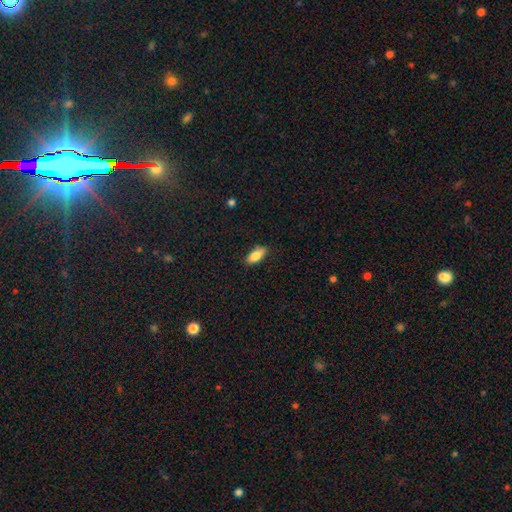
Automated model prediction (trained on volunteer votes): Smooth or featured? Predicted: smooth (p=0.81). How rounded? Predicted: in between (p=0.82). Merging? Predicted: none (p=0.84).